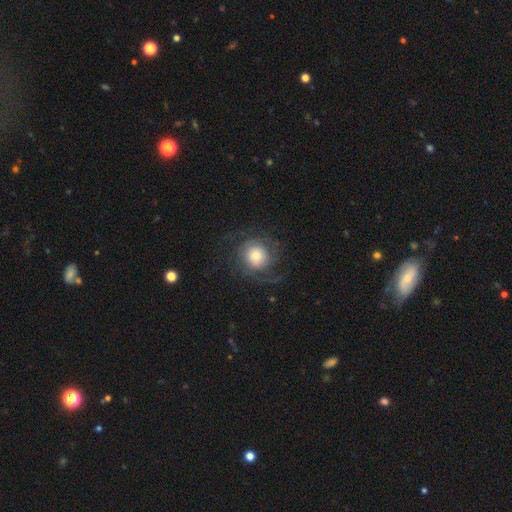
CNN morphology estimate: A featured or disk galaxy (64%) with no bar (79%), 2 (43%) medium (39%) spiral arms (90%) and a large central bulge (39%).

Vote fractions:
- Smooth or featured? featured or disk: 64% / smooth: 27% / star or artifact: 8%
- Edge-on disk? no: 97% / yes: 3%
- Bar? no: 79% / weak: 17% / strong: 4%
- Spiral arms? yes: 90% / no: 10%
- Spiral winding? medium: 39% / tight: 34% / loose: 26%
- Spiral arm count? 2: 43% / can't tell: 21% / 3: 17% / 1: 7% / 4: 6% / more than 4: 5%
- Bulge size? large: 39% / moderate: 33% / small: 14% / dominant: 12% / none: 2%
- Merging? none: 66% / major disturbance: 18% / minor disturbance: 14% / merger: 1%